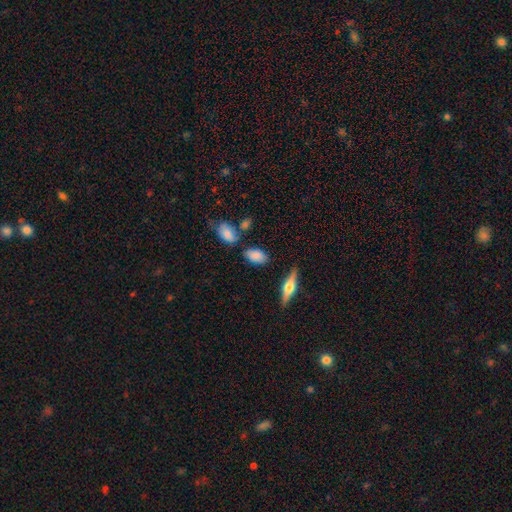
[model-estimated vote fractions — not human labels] smooth 80%, featured or disk 11%, star or artifact 9%. Down the decision tree: how rounded — in between (91%); merging — none (74%).